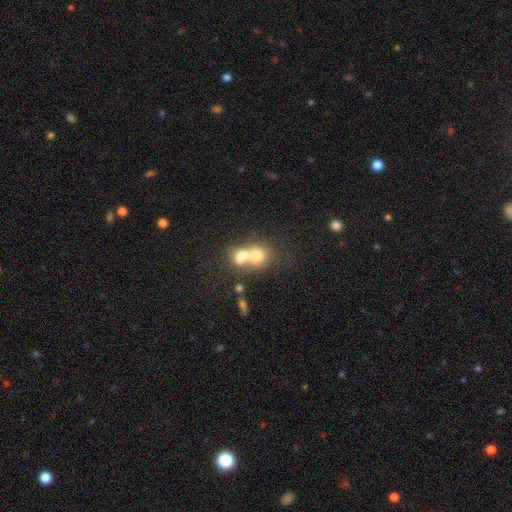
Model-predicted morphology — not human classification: Q: Smooth or featured?
A: smooth (68%); runner-up: featured or disk (21%)
Q: How rounded?
A: round (59%); runner-up: in between (39%)
Q: Merging?
A: merger (73%); runner-up: none (17%)